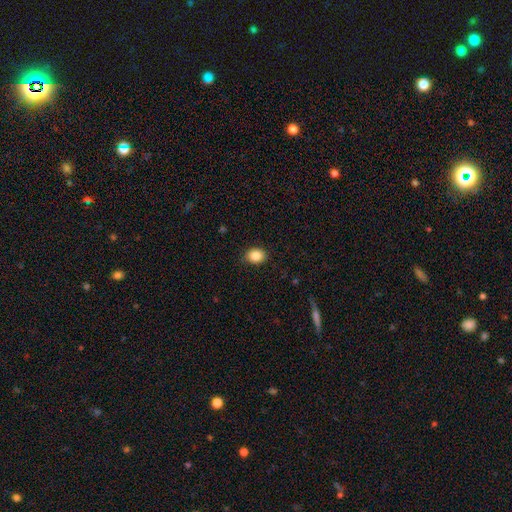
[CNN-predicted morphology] Smooth or featured: smooth — 85% (star or artifact — 9%)
How rounded: in between — 53% (round — 46%)
Merging: none — 86% (minor disturbance — 11%)